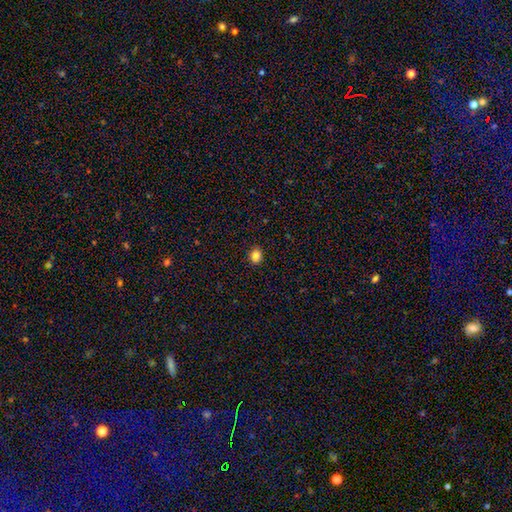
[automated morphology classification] Q: Smooth or featured?
A: smooth (84%); runner-up: star or artifact (11%)
Q: How rounded?
A: round (63%); runner-up: in between (37%)
Q: Merging?
A: none (91%); runner-up: minor disturbance (6%)